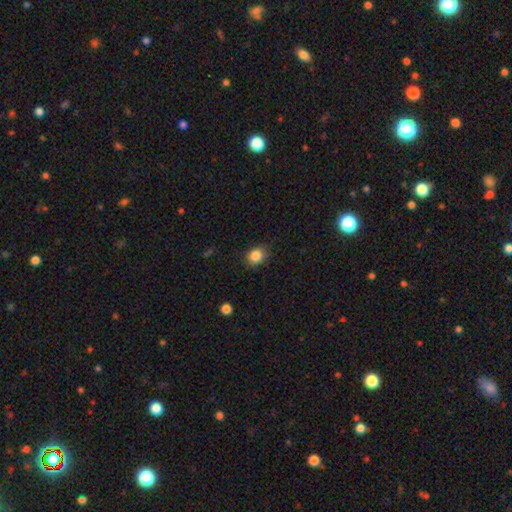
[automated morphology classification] Smooth or featured: smooth — 85% (star or artifact — 10%)
How rounded: round — 59% (in between — 40%)
Merging: none — 81% (minor disturbance — 15%)